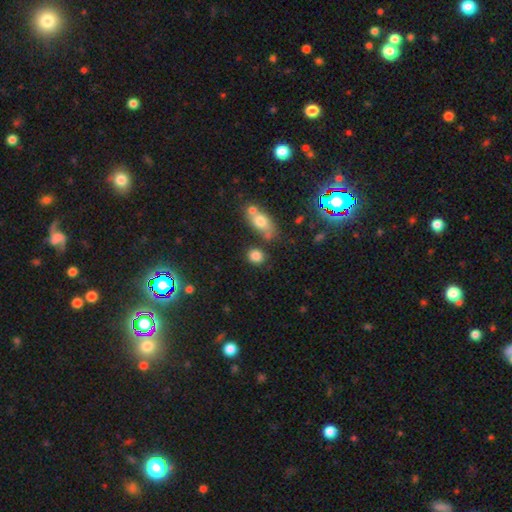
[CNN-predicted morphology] The model was most divided on "how rounded": round: 66%, in between: 32%, cigar-shaped: 2%. More confident: smooth or featured — smooth (81%); merging — none (68%).